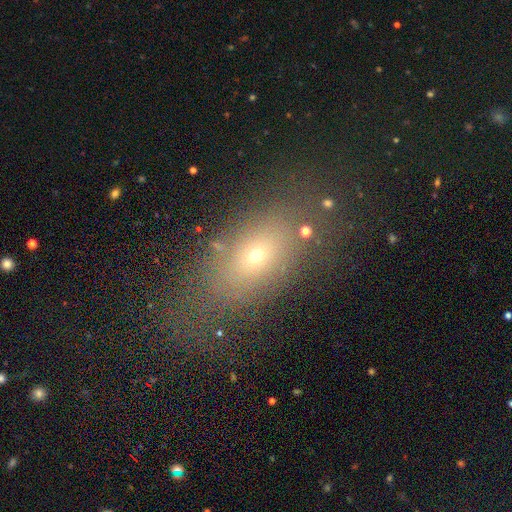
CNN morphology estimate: Q: Smooth or featured?
A: smooth (60%); runner-up: star or artifact (22%)
Q: How rounded?
A: in between (72%); runner-up: round (18%)
Q: Merging?
A: none (73%); runner-up: minor disturbance (14%)